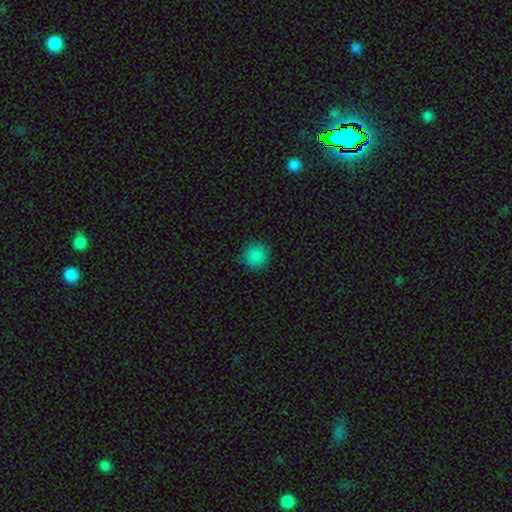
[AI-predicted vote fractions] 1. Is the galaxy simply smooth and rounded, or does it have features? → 86% smooth, 11% star or artifact, 3% featured or disk.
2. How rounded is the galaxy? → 94% round, 5% in between, 1% cigar-shaped.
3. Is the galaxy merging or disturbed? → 87% none, 9% minor disturbance, 2% major disturbance, 1% merger.